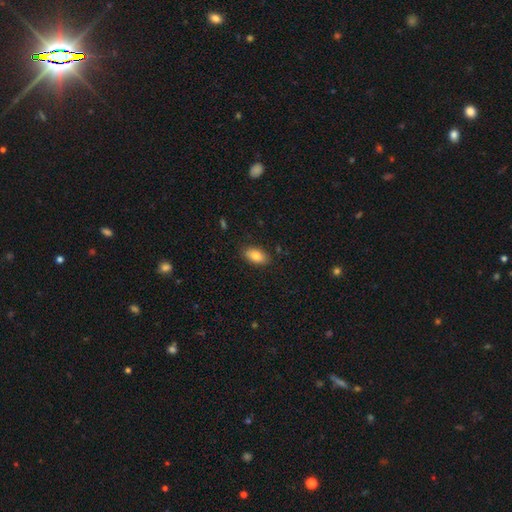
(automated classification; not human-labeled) Smooth or featured? smooth (82%)
How rounded? in between (92%)
Merging? none (86%)